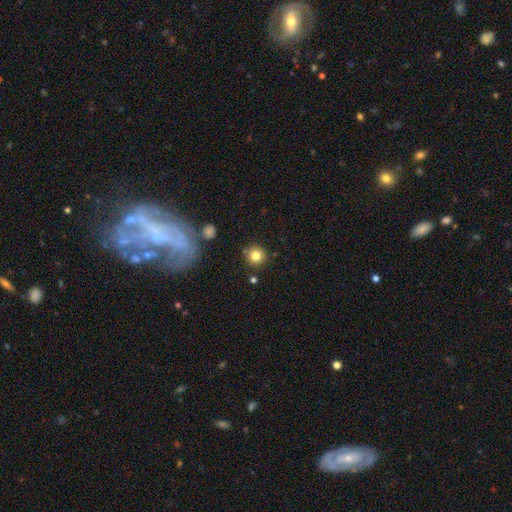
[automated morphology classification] A smooth galaxy with no disk features (81%) that is round (93%).

Vote fractions:
- Smooth or featured? smooth: 81% / star or artifact: 12% / featured or disk: 8%
- How rounded? round: 93% / in between: 6% / cigar-shaped: 1%
- Merging? none: 84% / minor disturbance: 9% / merger: 4% / major disturbance: 3%